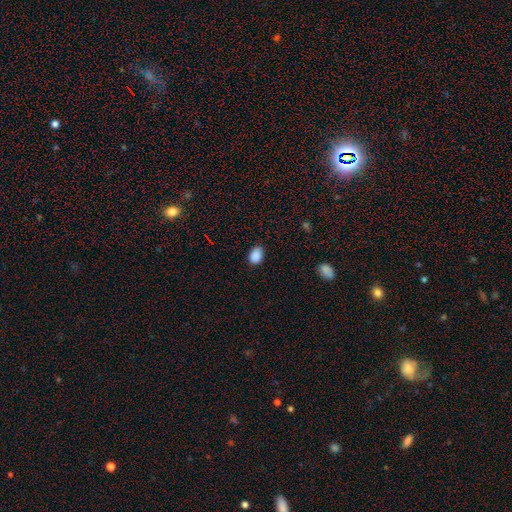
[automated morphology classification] This is clearly a smooth galaxy (88%). How rounded: likely in between (79%). Merging: clearly none (83%).